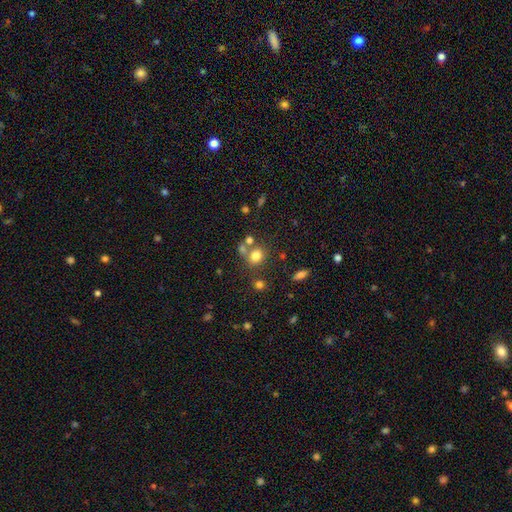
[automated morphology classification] Smooth or featured: smooth — 75% (star or artifact — 15%)
How rounded: round — 72% (in between — 27%)
Merging: none — 58% (merger — 26%)